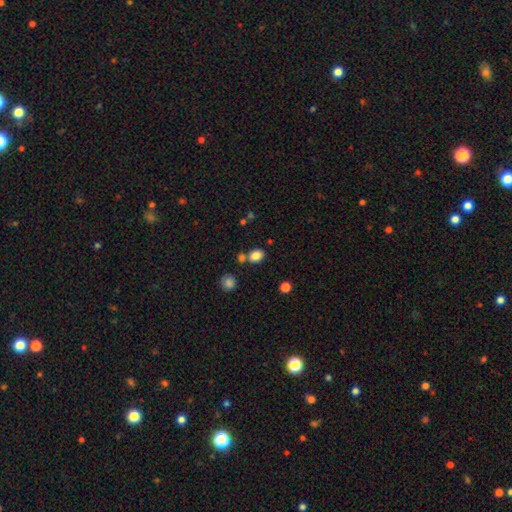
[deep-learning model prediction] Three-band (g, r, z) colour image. It shows a smooth galaxy with no disk features (82%) that is in between round and cigar-shaped (53%). Merging: none (69%).